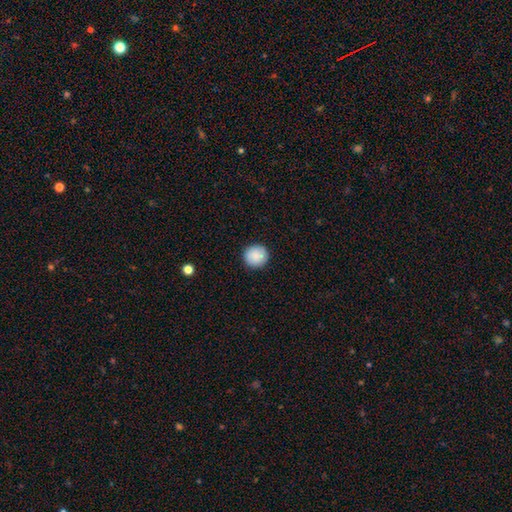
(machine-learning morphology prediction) type=smooth (89%); roundness=round (94%); merging=none (92%).